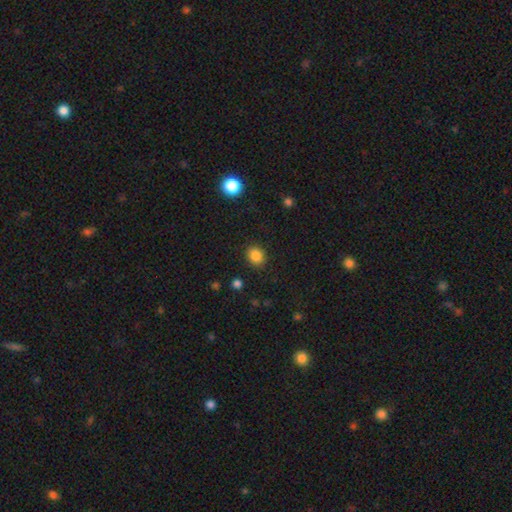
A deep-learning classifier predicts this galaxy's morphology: Smooth or featured? Predicted: smooth (p=0.85). How rounded? Predicted: round (p=0.55). Merging? Predicted: none (p=0.88).